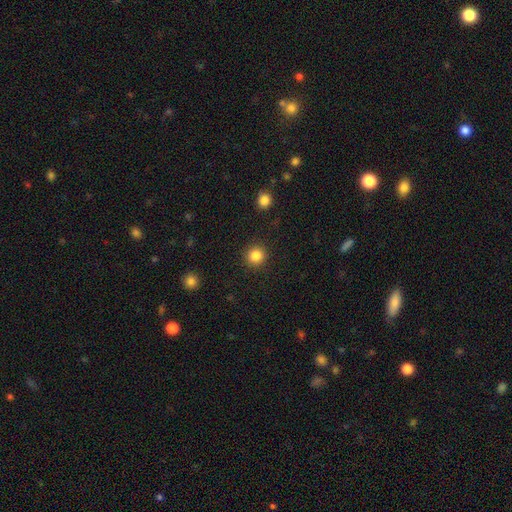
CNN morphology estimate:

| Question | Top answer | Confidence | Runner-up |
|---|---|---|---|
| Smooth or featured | smooth | 85% | star or artifact (11%) |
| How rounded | round | 93% | in between (6%) |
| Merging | none | 91% | minor disturbance (5%) |